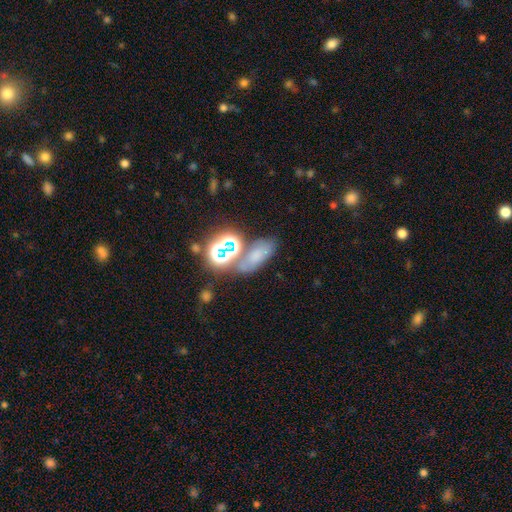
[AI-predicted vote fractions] This is possibly a smooth galaxy (51%). How rounded: likely in between (75%). Merging: possibly none (54%).